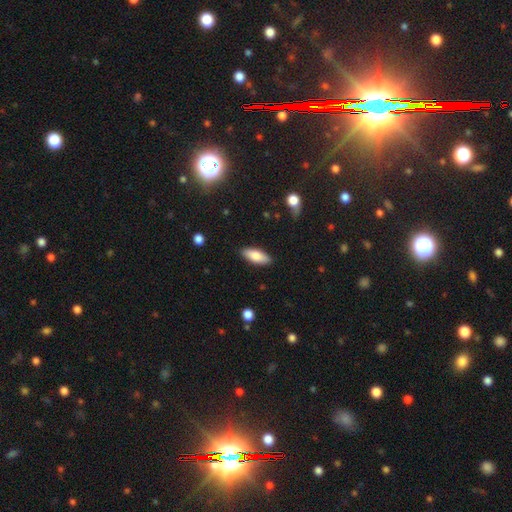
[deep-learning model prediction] A smooth galaxy with no disk features (80%) that is in between round and cigar-shaped (77%).

Vote fractions:
- Smooth or featured? smooth: 80% / featured or disk: 13% / star or artifact: 6%
- How rounded? in between: 77% / cigar-shaped: 21% / round: 2%
- Merging? none: 87% / minor disturbance: 10% / major disturbance: 2% / merger: 1%